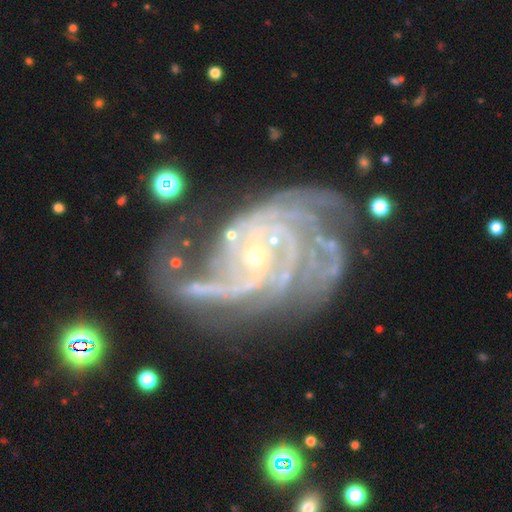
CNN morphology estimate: The model was most divided on "spiral arm count": 4: 23%, 3: 22%, can't tell: 18%, 2: 15%, more than 4: 13%, 1: 9%. Remaining: edge-on disk — no (98%); spiral arms — yes (98%); smooth or featured — featured or disk (91%); bulge size — small (82%); bar — no (60%); merging — none (50%); spiral winding — tight (45%).